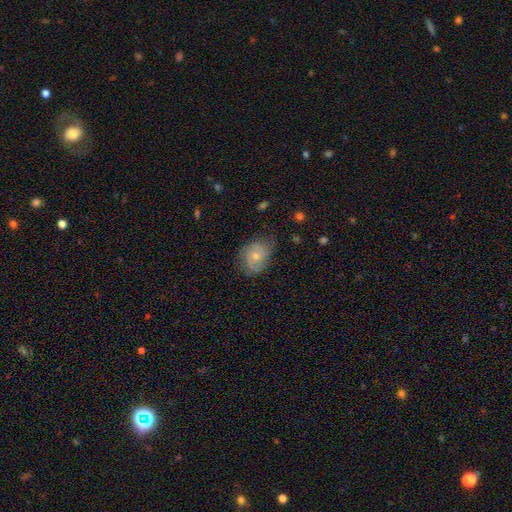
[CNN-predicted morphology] Smooth or featured? Predicted: smooth (p=0.47). Merging? Predicted: none (p=0.60).